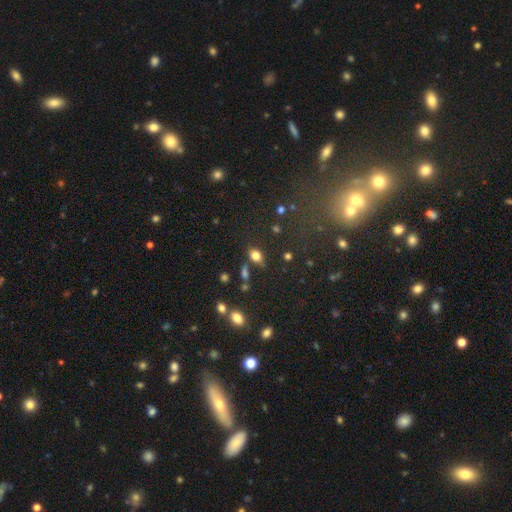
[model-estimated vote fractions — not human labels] smooth_or_featured: smooth (p=0.79) [alt: star or artifact p=0.12]
how_rounded: in between (p=0.76) [alt: round p=0.22]
merging: none (p=0.68) [alt: minor disturbance p=0.17]